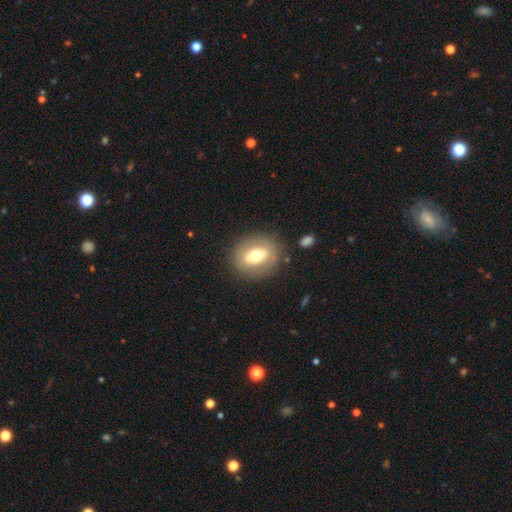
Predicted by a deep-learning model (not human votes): smooth 57%, featured or disk 34%, star or artifact 8%. Down the decision tree: how rounded — round (53%); merging — none (83%).